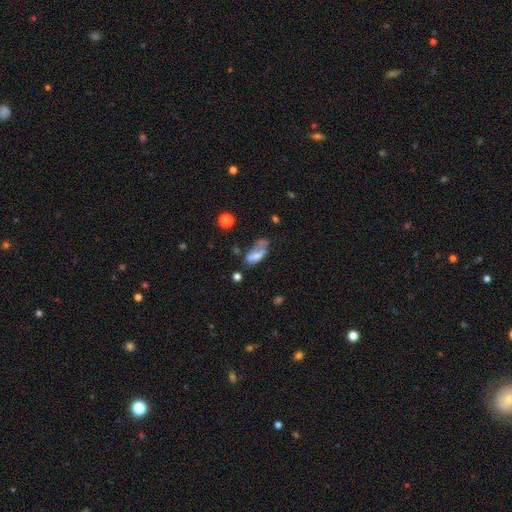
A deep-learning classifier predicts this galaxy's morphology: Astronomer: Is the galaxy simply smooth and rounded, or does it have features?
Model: smooth — 55% (runner-up: featured or disk, 32%).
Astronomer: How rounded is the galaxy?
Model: in between — 77%.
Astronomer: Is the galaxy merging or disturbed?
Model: major disturbance — 33% (runner-up: none, 24%).